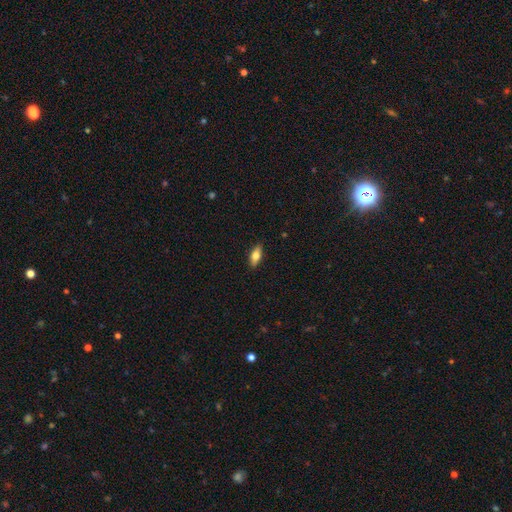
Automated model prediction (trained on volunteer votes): This appears to be a smooth galaxy with no disk features (75%) that is in between round and cigar-shaped (79%). Merging: none (88%).